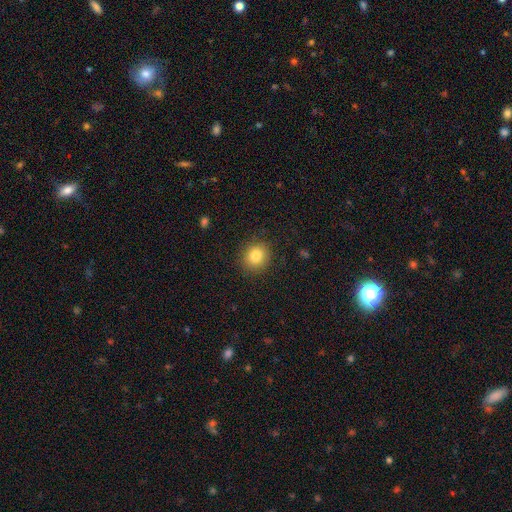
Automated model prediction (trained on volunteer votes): Smooth or featured? Predicted: smooth (p=0.82). How rounded? Predicted: round (p=0.83). Merging? Predicted: none (p=0.88).